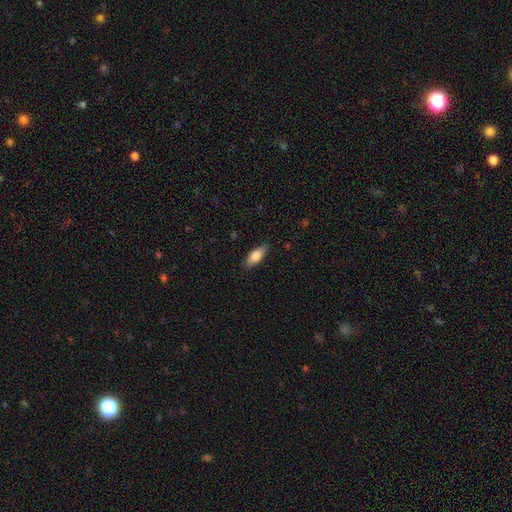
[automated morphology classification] type=smooth (77%); roundness=in between (75%); merging=none (84%).